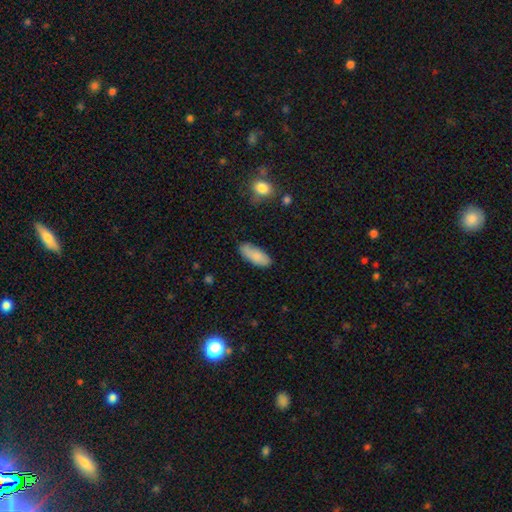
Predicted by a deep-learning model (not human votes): Overall: smooth (84%). How rounded: in between (80%). Merging: none (77%).